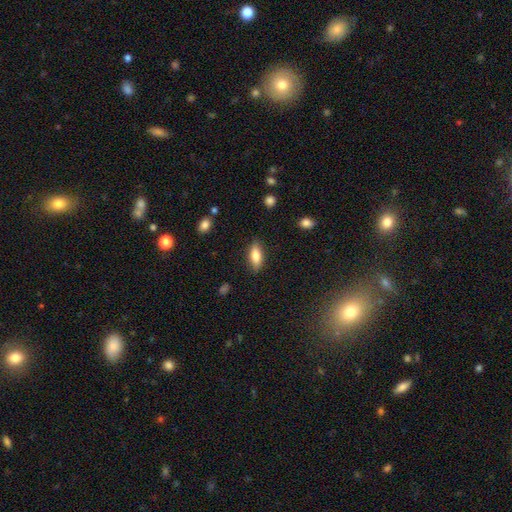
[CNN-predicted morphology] A smooth galaxy with no disk features (76%) that is in between round and cigar-shaped (71%). Merging: none (84%).